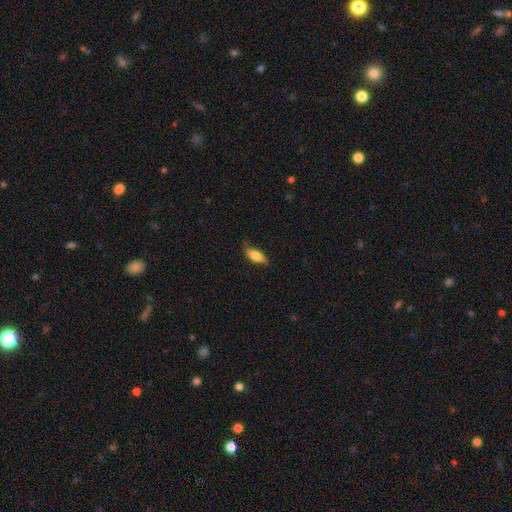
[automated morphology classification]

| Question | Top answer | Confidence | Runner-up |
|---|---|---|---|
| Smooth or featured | smooth | 77% | featured or disk (17%) |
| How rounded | in between | 77% | cigar-shaped (21%) |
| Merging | none | 79% | minor disturbance (17%) |